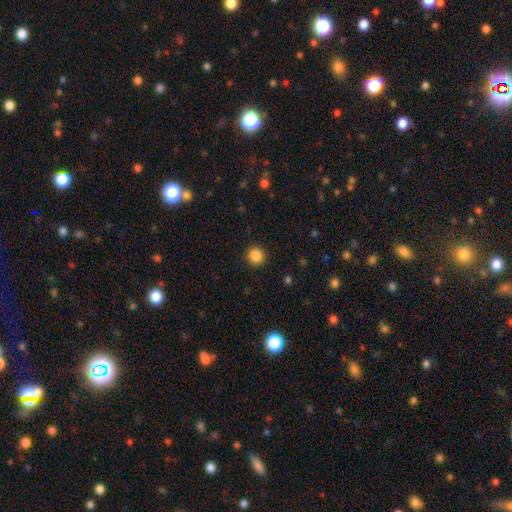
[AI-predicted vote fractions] Smooth or featured? Predicted: smooth (p=0.87). How rounded? Predicted: round (p=0.93). Merging? Predicted: none (p=0.91).